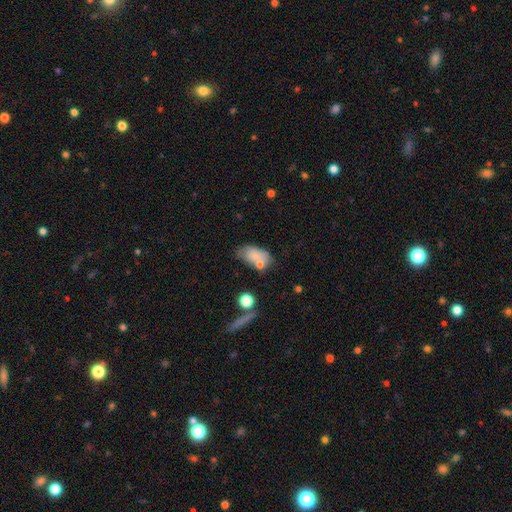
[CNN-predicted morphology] Q: Smooth or featured?
A: smooth (76%); runner-up: featured or disk (16%)
Q: How rounded?
A: in between (91%); runner-up: round (6%)
Q: Merging?
A: none (50%); runner-up: minor disturbance (24%)